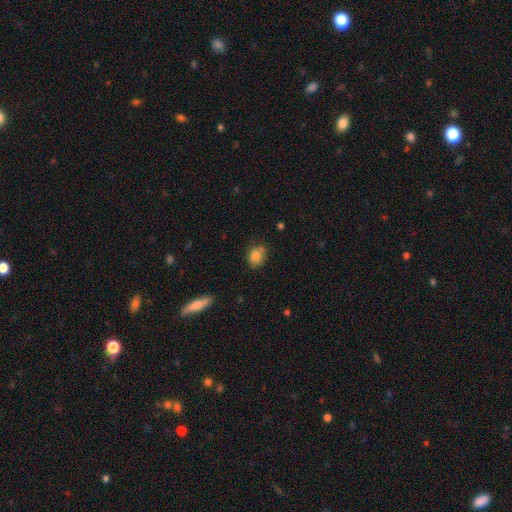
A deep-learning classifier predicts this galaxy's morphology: Q: Smooth or featured?
A: smooth (81%); runner-up: star or artifact (10%)
Q: How rounded?
A: round (52%); runner-up: in between (46%)
Q: Merging?
A: none (66%); runner-up: minor disturbance (23%)